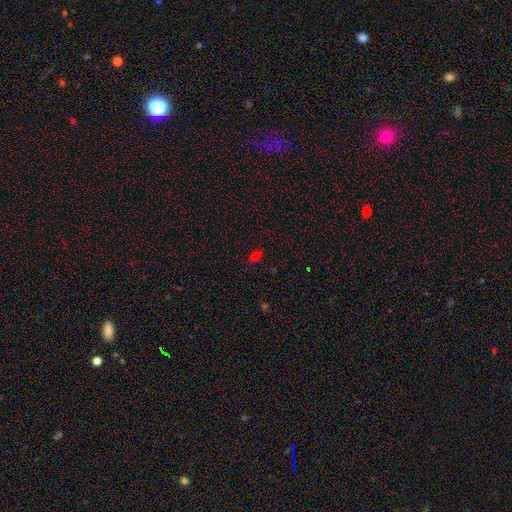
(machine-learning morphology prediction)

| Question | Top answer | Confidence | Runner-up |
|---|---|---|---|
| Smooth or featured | smooth | 66% | star or artifact (26%) |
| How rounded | in between | 78% | round (17%) |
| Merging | none | 80% | minor disturbance (14%) |